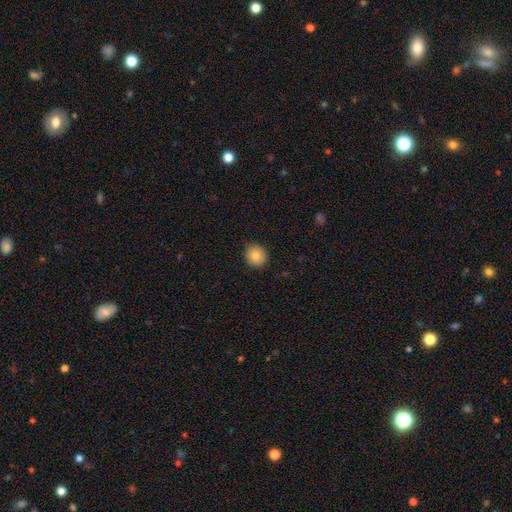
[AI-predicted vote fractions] Q: Smooth or featured?
A: smooth (83%); runner-up: star or artifact (9%)
Q: How rounded?
A: round (89%); runner-up: in between (11%)
Q: Merging?
A: none (90%); runner-up: minor disturbance (7%)